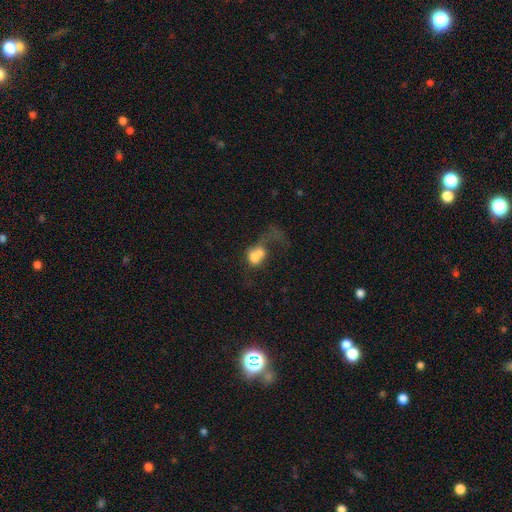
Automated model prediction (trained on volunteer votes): Smooth or featured?
  - smooth: 63% *
  - featured or disk: 28%
  - star or artifact: 10%
How rounded?
  - round: 49% * (tied)
  - in between: 49% * (tied)
  - cigar-shaped: 2%
Merging?
  - merger: 60% *
  - major disturbance: 21%
  - none: 12%
  - minor disturbance: 7%